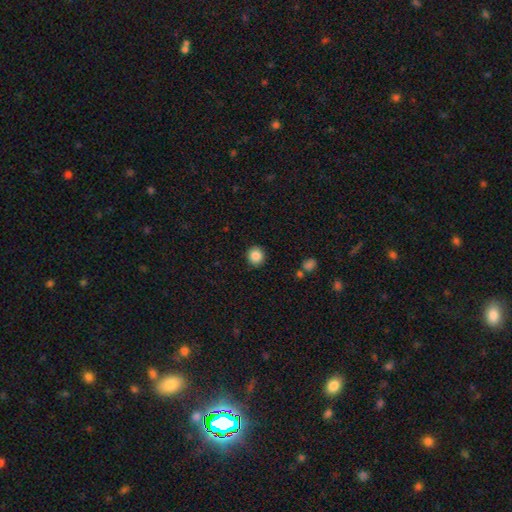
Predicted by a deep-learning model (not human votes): Overall: smooth (86%). How rounded: round (91%). Merging: none (91%).